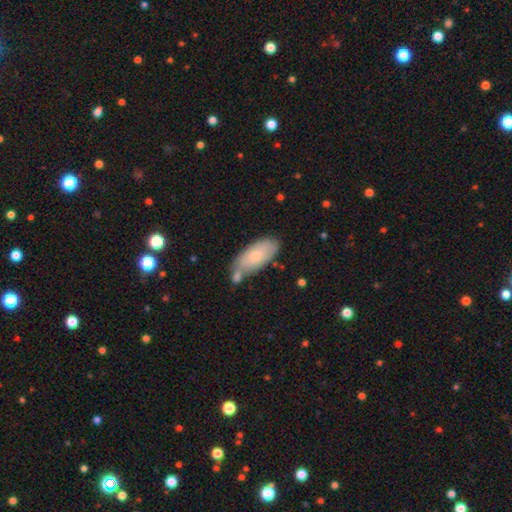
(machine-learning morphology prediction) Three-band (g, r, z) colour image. It shows a smooth galaxy with no disk features (73%) that is in between round and cigar-shaped (86%). Merging: none (58%).